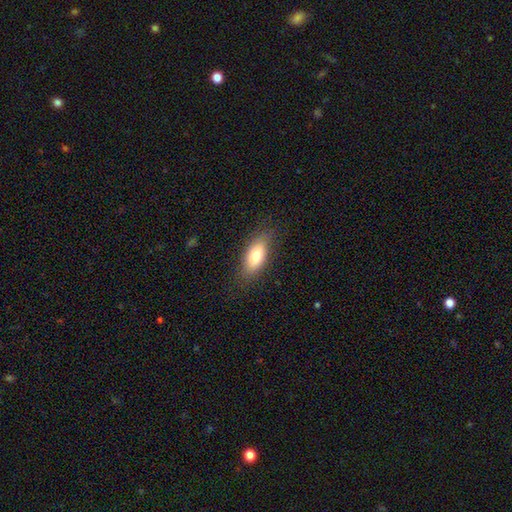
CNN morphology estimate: The model was most divided on "smooth or featured": smooth: 76%, featured or disk: 17%, star or artifact: 7%. More confident: how rounded — in between (83%); merging — none (81%).